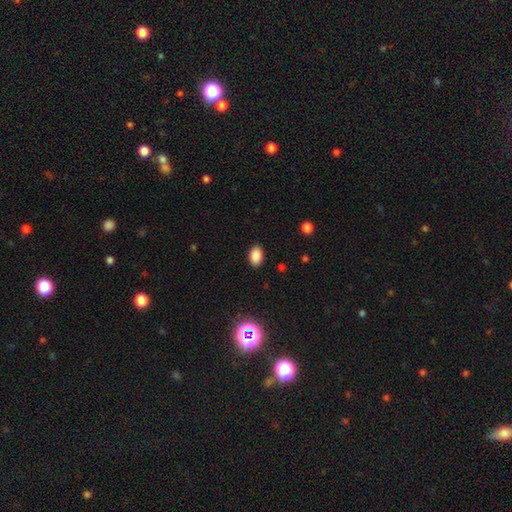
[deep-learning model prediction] Overall: smooth (87%). How rounded: in between (90%). Merging: none (89%).